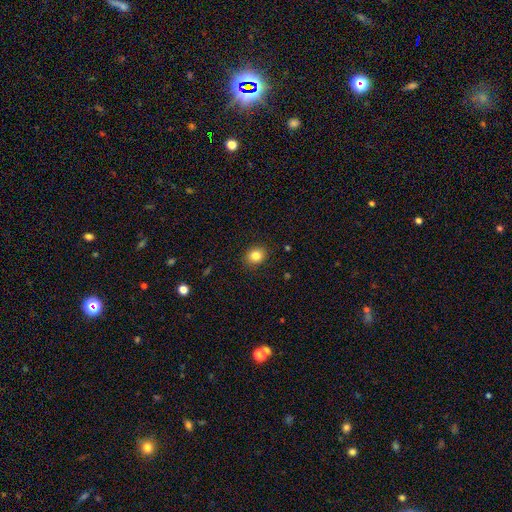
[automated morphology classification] Smooth or featured?
  - smooth: 83% *
  - star or artifact: 10%
  - featured or disk: 6%
How rounded?
  - round: 61% *
  - in between: 39%
  - cigar-shaped: 1%
Merging?
  - none: 89% *
  - minor disturbance: 8%
  - major disturbance: 2%
  - merger: 1%